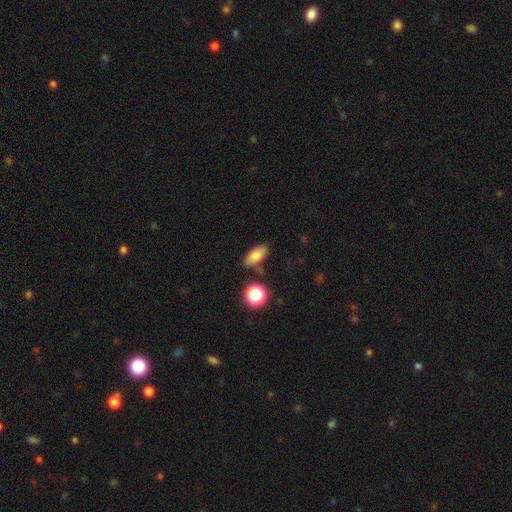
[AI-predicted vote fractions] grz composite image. It shows a smooth galaxy with no disk features (79%) that is in between round and cigar-shaped (84%). Merging: none (80%).